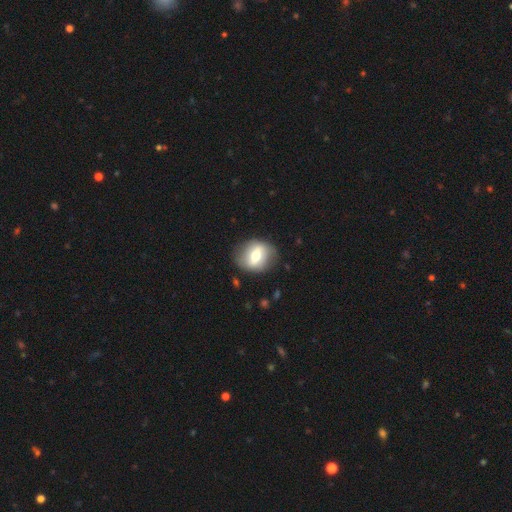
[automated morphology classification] Smooth or featured? smooth (51%)
How rounded? round (59%)
Merging? none (82%)